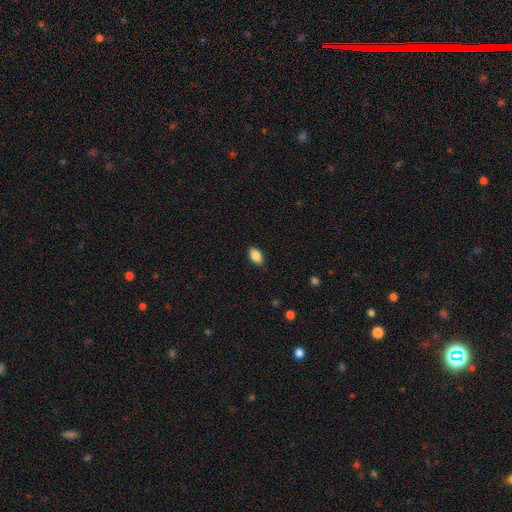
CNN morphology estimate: Smooth or featured? smooth (86%)
How rounded? in between (91%)
Merging? none (86%)